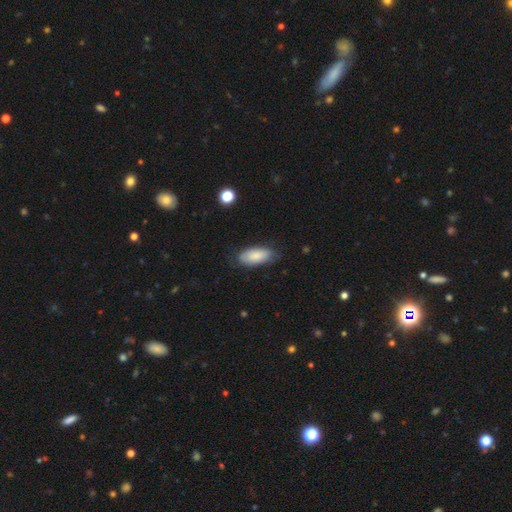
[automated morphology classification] This is clearly a smooth galaxy (84%). How rounded: clearly in between (89%). Merging: likely none (73%).